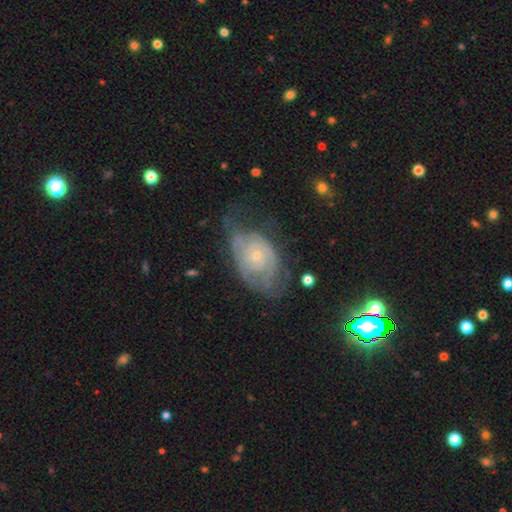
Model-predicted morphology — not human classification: Q: Smooth or featured?
A: featured or disk (73%); runner-up: smooth (20%)
Q: Edge-on disk?
A: no (96%); runner-up: yes (4%)
Q: Bar?
A: no (80%); runner-up: weak (17%)
Q: Spiral arms?
A: yes (83%); runner-up: no (17%)
Q: Spiral winding?
A: tight (57%); runner-up: medium (30%)
Q: Spiral arm count?
A: can't tell (45%); runner-up: 2 (31%)
Q: Bulge size?
A: small (76%); runner-up: moderate (19%)
Q: Merging?
A: none (45%); runner-up: minor disturbance (29%)